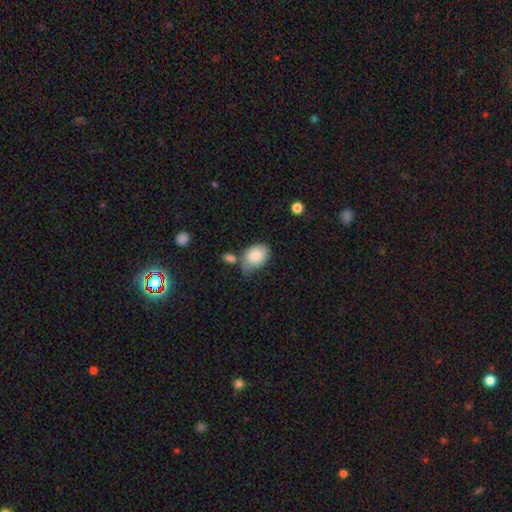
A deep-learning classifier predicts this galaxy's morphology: This is clearly a smooth galaxy (81%). How rounded: clearly in between (83%). Merging: marginally none (43%).